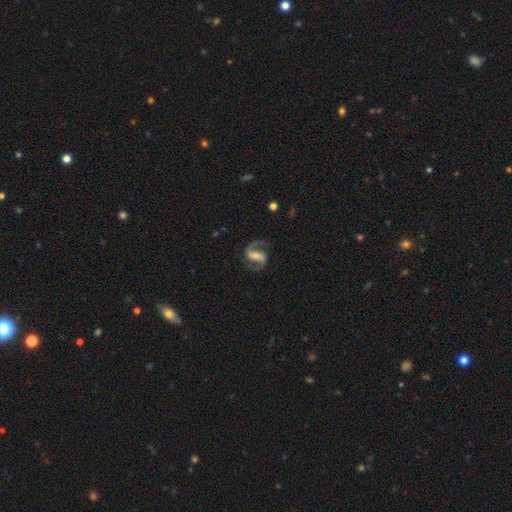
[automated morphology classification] smooth_or_featured: featured or disk (p=0.89) [alt: smooth p=0.07]
disk_edge_on: no (p=0.97) [alt: yes p=0.03]
bar: strong (p=0.54) [alt: weak p=0.33]
has_spiral_arms: yes (p=0.97) [alt: no p=0.03]
spiral_winding: medium (p=0.60) [alt: loose p=0.24]
spiral_arm_count: 2 (p=0.92) [alt: 1 p=0.03]
bulge_size: moderate (p=0.42) [alt: small p=0.40]
merging: none (p=0.79) [alt: minor disturbance p=0.12]